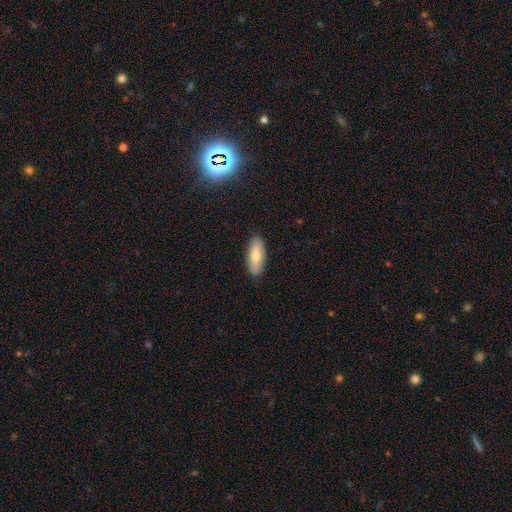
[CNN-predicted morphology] Smooth or featured? Predicted: smooth (p=0.74). How rounded? Predicted: in between (p=0.72). Merging? Predicted: none (p=0.89).